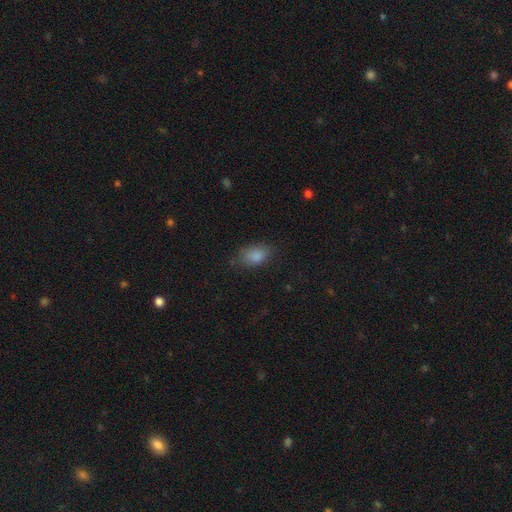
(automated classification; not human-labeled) smooth-or-featured: smooth: 85% | star or artifact: 9% | featured or disk: 6%
  how-rounded: in between: 86% | round: 12% | cigar-shaped: 2%
  merging: none: 71% | minor disturbance: 21% | major disturbance: 7% | merger: 1%